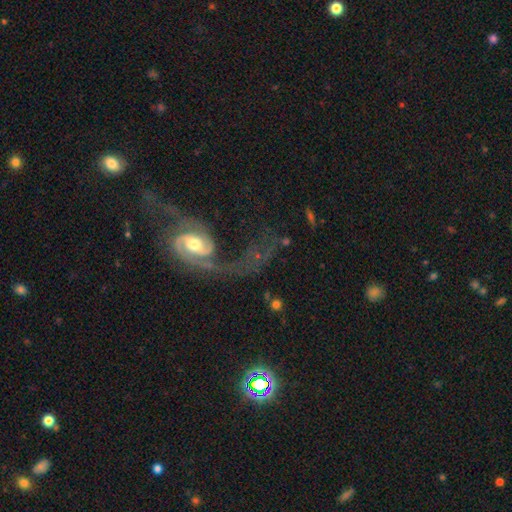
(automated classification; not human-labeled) featured or disk 80%, smooth 11%, star or artifact 9%. Down the decision tree: edge-on disk — no (96%); bar — no (49%); spiral arms — yes (89%); spiral arm count — 2 (79%); spiral winding — loose (74%); bulge size — moderate (61%); merging — major disturbance (40%).